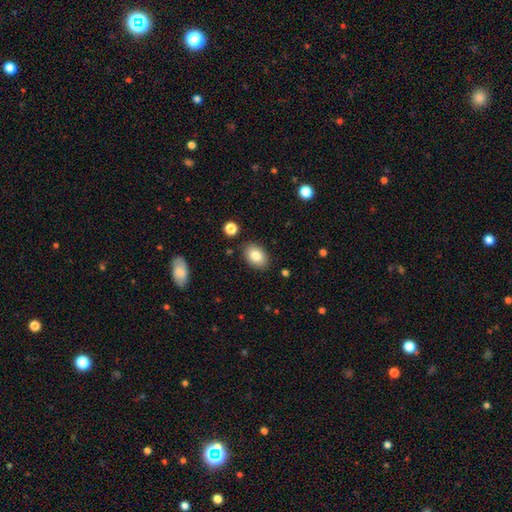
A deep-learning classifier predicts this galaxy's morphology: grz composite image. It shows a smooth galaxy with no disk features (83%) that is in between round and cigar-shaped (85%). Merging: none (86%).